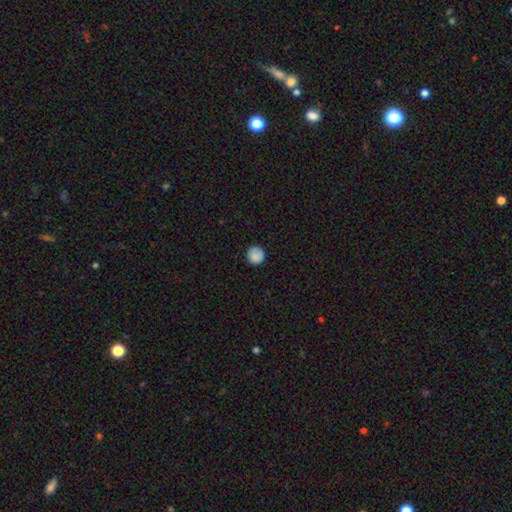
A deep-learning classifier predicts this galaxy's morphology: The model was most divided on "smooth or featured": smooth: 87%, star or artifact: 9%, featured or disk: 4%. More confident: how rounded — round (95%); merging — none (89%).